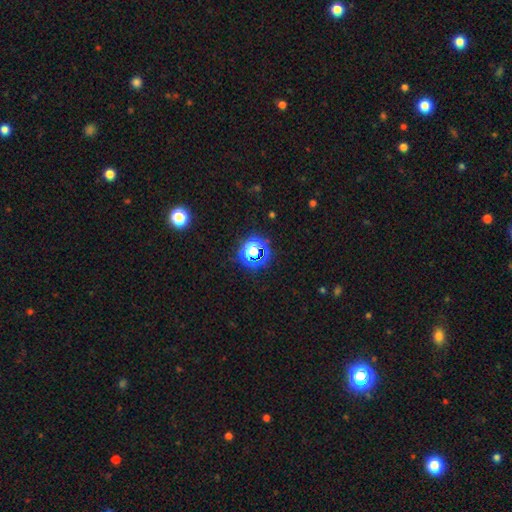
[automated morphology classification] The model was most divided on "smooth or featured": star or artifact: 63%, smooth: 28%, featured or disk: 9%.